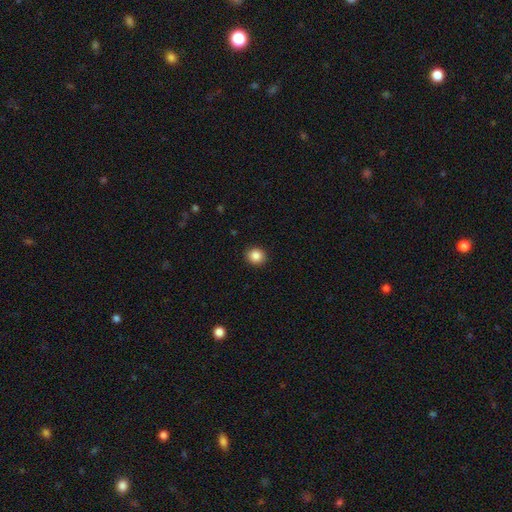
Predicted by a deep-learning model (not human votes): A smooth galaxy with no disk features (86%) that is round (81%).

Vote fractions:
- Smooth or featured? smooth: 86% / star or artifact: 10% / featured or disk: 4%
- How rounded? round: 81% / in between: 18% / cigar-shaped: 1%
- Merging? none: 92% / minor disturbance: 5% / major disturbance: 2% / merger: 1%